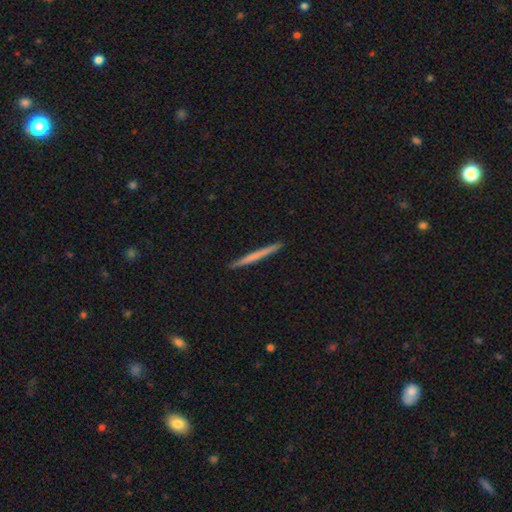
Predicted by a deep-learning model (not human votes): Overall: smooth (56%; featured or disk 39%). How rounded: cigar-shaped (97%). Merging: none (93%).